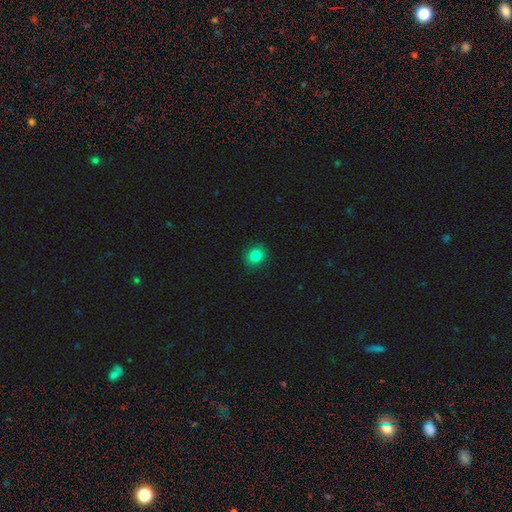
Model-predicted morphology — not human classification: A smooth galaxy with no disk features (82%) that is round (71%).

Vote fractions:
- Smooth or featured? smooth: 82% / star or artifact: 12% / featured or disk: 6%
- How rounded? round: 71% / in between: 28% / cigar-shaped: 1%
- Merging? none: 90% / minor disturbance: 8% / major disturbance: 2% / merger: 1%